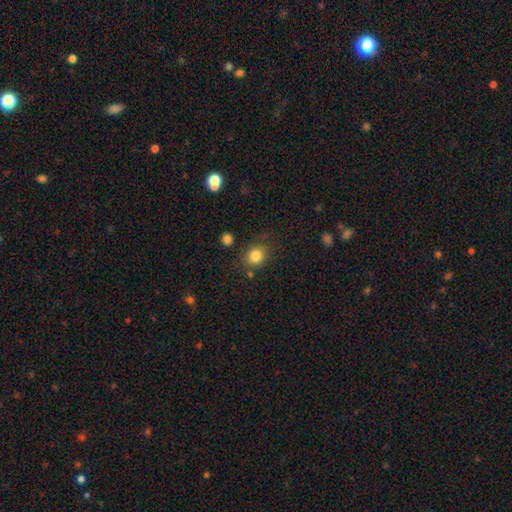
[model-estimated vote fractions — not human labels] Smooth or featured? Predicted: smooth (p=0.83). How rounded? Predicted: round (p=0.58). Merging? Predicted: none (p=0.74).